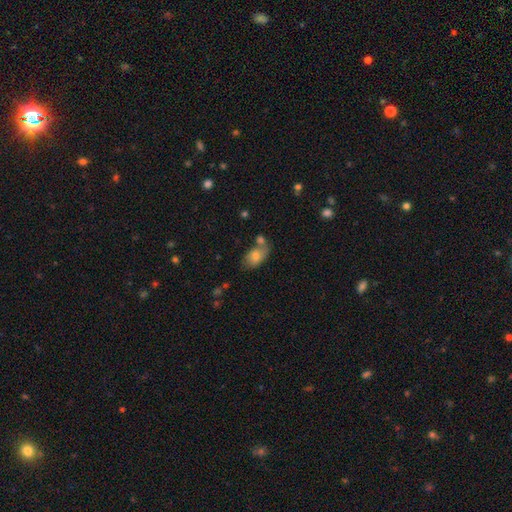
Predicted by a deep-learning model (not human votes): smooth 74%, featured or disk 18%, star or artifact 8%. Down the decision tree: how rounded — in between (88%); merging — none (51%).